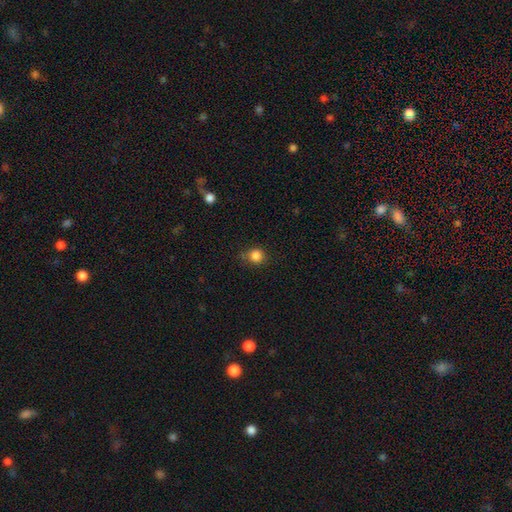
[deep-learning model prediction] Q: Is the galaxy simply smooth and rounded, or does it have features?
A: smooth — 84%.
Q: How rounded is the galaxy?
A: round — 90%.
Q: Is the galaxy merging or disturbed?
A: none — 78%.